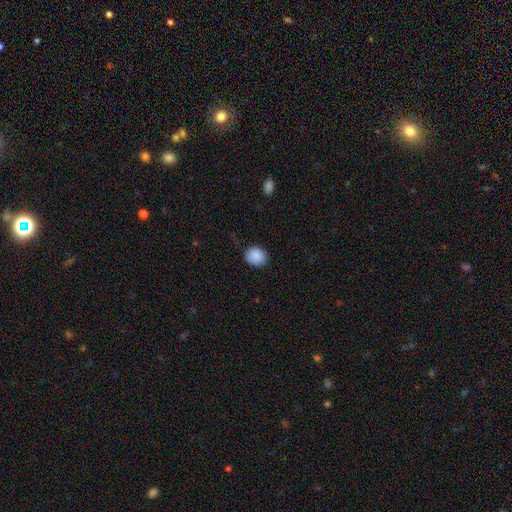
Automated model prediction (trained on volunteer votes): The model was most divided on "how rounded": round: 64%, in between: 36%, cigar-shaped: 1%. More confident: smooth or featured — smooth (89%); merging — none (81%).